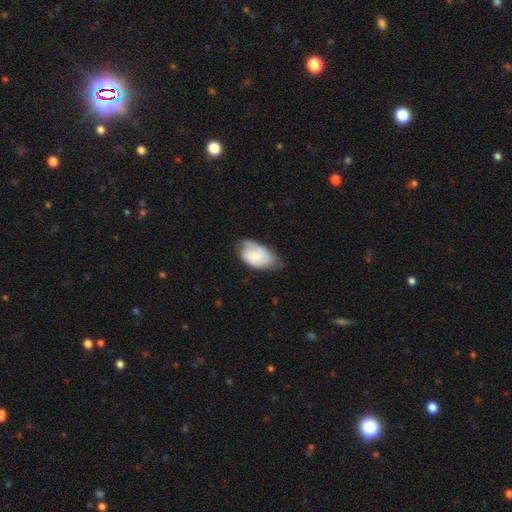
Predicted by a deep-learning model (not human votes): smooth-or-featured: featured or disk: 52% | smooth: 42% | star or artifact: 6%
  disk-edge-on: no: 96% | yes: 4%
  merging: none: 54% | minor disturbance: 33% | major disturbance: 11% | merger: 2%